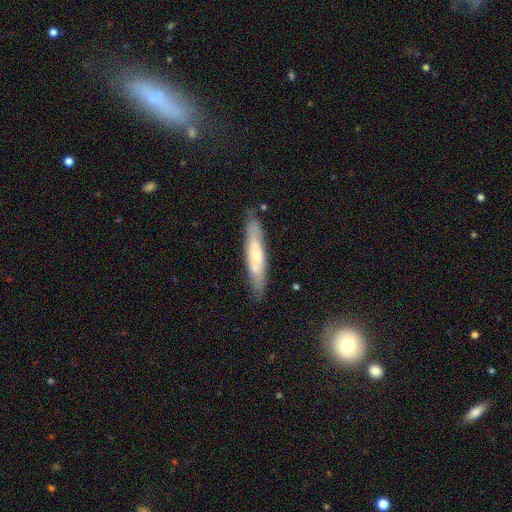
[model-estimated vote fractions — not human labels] smooth 48%, featured or disk 46%, star or artifact 6%. Down the decision tree: merging — none (81%).